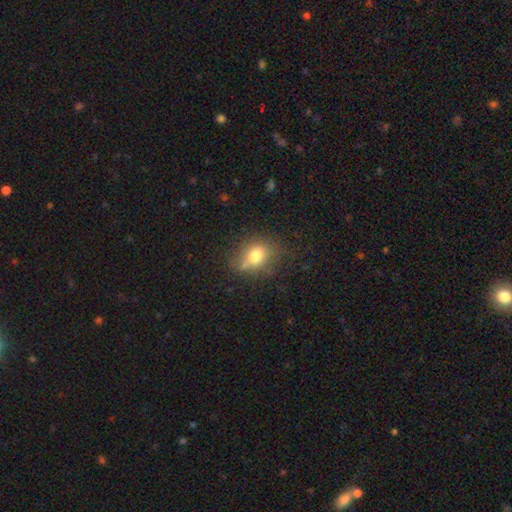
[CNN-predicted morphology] Smooth or featured?
  - smooth: 75% *
  - featured or disk: 13%
  - star or artifact: 12%
How rounded?
  - in between: 53% *
  - round: 45%
  - cigar-shaped: 2%
Merging?
  - none: 65% *
  - minor disturbance: 21%
  - merger: 8%
  - major disturbance: 7%